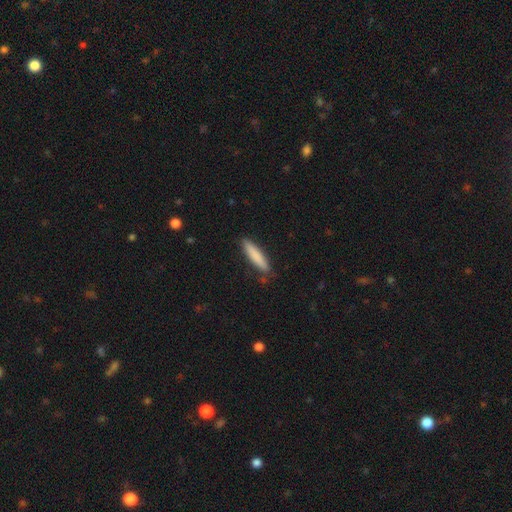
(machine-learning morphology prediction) smooth-or-featured: smooth: 82% | featured or disk: 12% | star or artifact: 5%
  how-rounded: cigar-shaped: 86% | in between: 12% | round: 1%
  merging: none: 85% | minor disturbance: 11% | major disturbance: 2% | merger: 2%